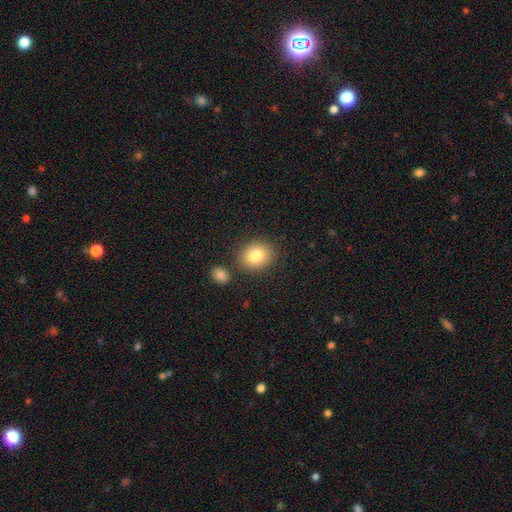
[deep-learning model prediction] Q: Smooth or featured?
A: smooth (81%); runner-up: star or artifact (9%)
Q: How rounded?
A: round (65%); runner-up: in between (34%)
Q: Merging?
A: none (81%); runner-up: minor disturbance (9%)